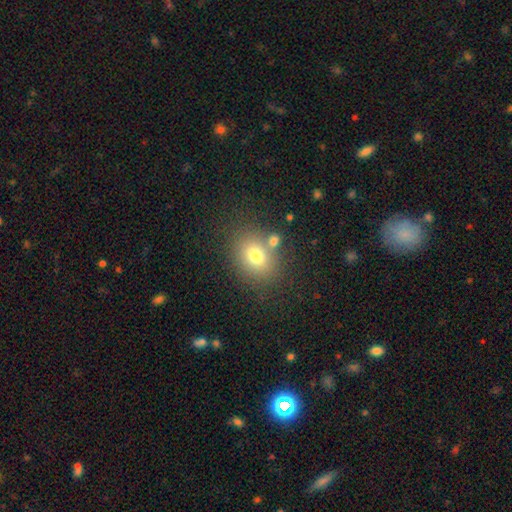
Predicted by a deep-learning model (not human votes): Smooth or featured? Predicted: smooth (p=0.74). How rounded? Predicted: in between (p=0.56). Merging? Predicted: none (p=0.70).